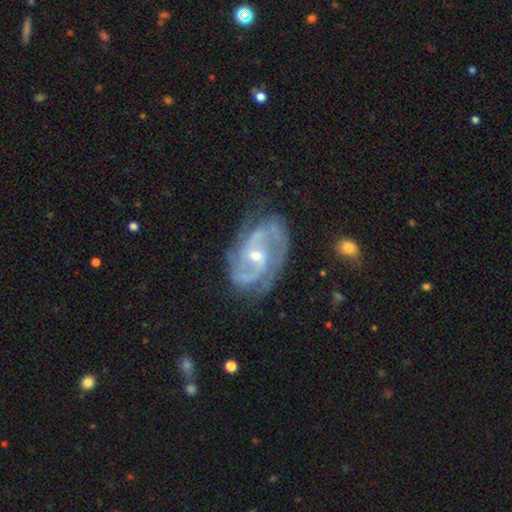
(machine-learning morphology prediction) The model was most divided on "bar" (2-way tie): no: 43%, weak: 43%, strong: 14%. More confident: spiral arms — yes (97%); edge-on disk — no (97%); smooth or featured — featured or disk (90%); merging — none (69%); spiral arm count — 2 (65%); bulge size — small (54%); spiral winding — medium (51%).